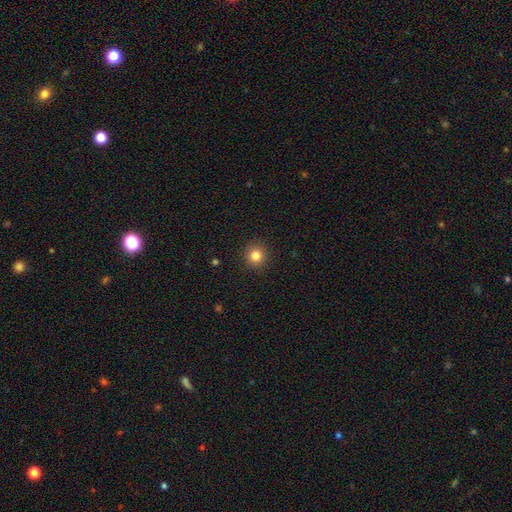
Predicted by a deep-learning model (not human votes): Smooth or featured: smooth — 83% (star or artifact — 12%)
How rounded: round — 94% (in between — 5%)
Merging: none — 92% (minor disturbance — 5%)